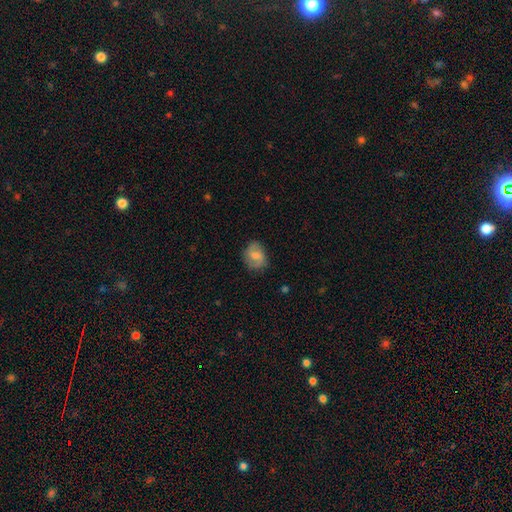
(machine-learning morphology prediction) Overall: smooth (51%; featured or disk 41%). How rounded: in between (50%; round 49%). Merging: none (73%).